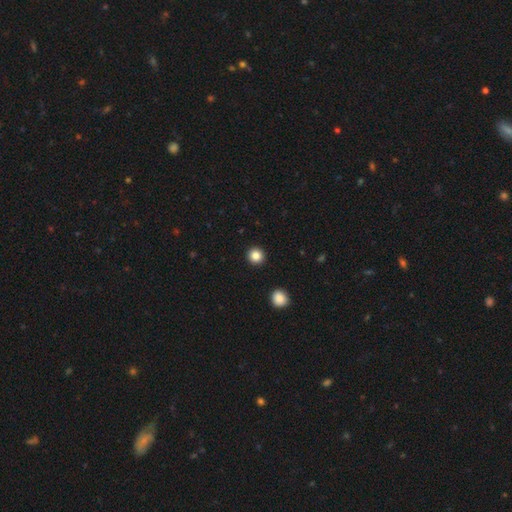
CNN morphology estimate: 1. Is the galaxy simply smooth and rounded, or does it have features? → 86% smooth, 10% star or artifact, 4% featured or disk.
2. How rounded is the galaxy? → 94% round, 5% in between, 1% cigar-shaped.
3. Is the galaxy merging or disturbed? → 93% none, 4% minor disturbance, 2% major disturbance, 1% merger.